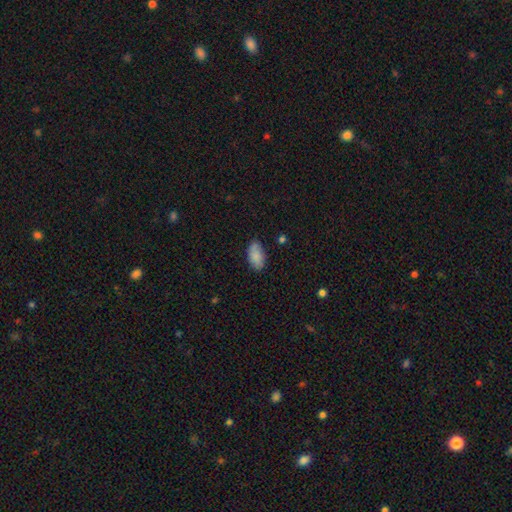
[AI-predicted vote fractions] A smooth galaxy with no disk features (84%) that is in between round and cigar-shaped (93%).

Vote fractions:
- Smooth or featured? smooth: 84% / featured or disk: 8% / star or artifact: 7%
- How rounded? in between: 93% / cigar-shaped: 4% / round: 3%
- Merging? none: 76% / minor disturbance: 18% / major disturbance: 4% / merger: 2%